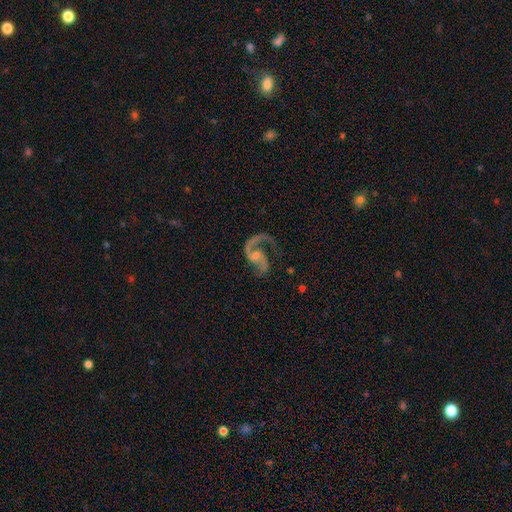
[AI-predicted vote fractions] smooth-or-featured: featured or disk: 91% | star or artifact: 5% | smooth: 4%
  disk-edge-on: no: 98% | yes: 2%
    bar: no: 51% | weak: 37% | strong: 12%
    has-spiral-arms: yes: 97% | no: 3%
      spiral-winding: loose: 46% | medium: 45% | tight: 8%
      spiral-arm-count: 2: 81% | 1: 15% | can't tell: 2% | 3: 1% | 4: 1% | more than 4: 1%
    bulge-size: small: 55% | moderate: 33% | none: 8% | large: 2% | dominant: 1%
  merging: none: 61% | major disturbance: 20% | minor disturbance: 16% | merger: 3%